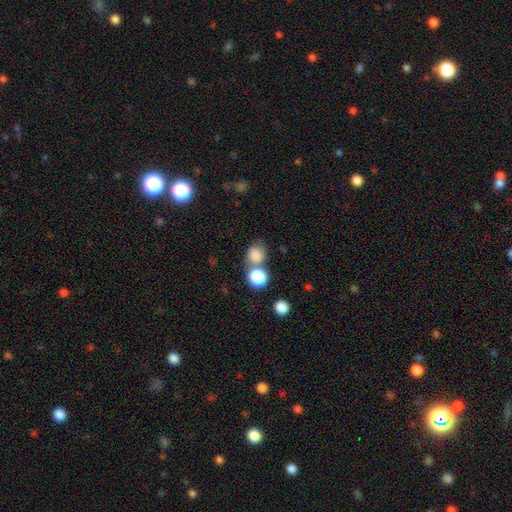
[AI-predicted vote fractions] A smooth galaxy with no disk features (83%) that is round (77%).

Vote fractions:
- Smooth or featured? smooth: 83% / star or artifact: 11% / featured or disk: 7%
- How rounded? round: 77% / in between: 22% / cigar-shaped: 1%
- Merging? none: 46% / merger: 42% / minor disturbance: 9% / major disturbance: 4%